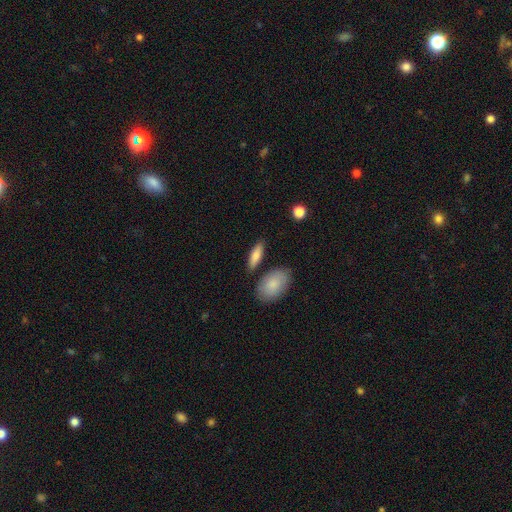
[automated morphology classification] Smooth or featured?
  - smooth: 78% *
  - featured or disk: 16%
  - star or artifact: 6%
How rounded?
  - in between: 61% *
  - cigar-shaped: 35%
  - round: 3%
Merging?
  - none: 80% *
  - minor disturbance: 11%
  - merger: 6%
  - major disturbance: 3%